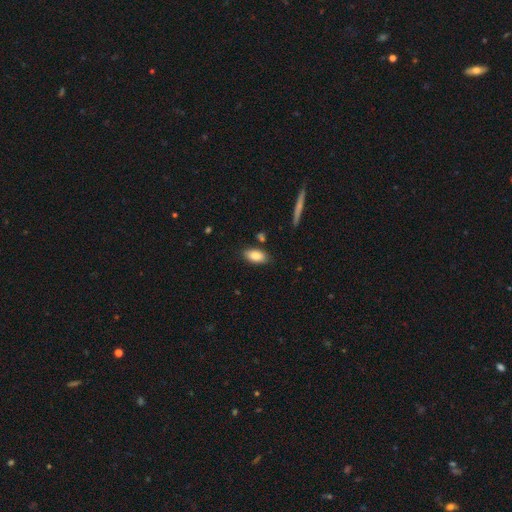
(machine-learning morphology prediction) type=smooth (85%); roundness=in between (92%); merging=none (83%).